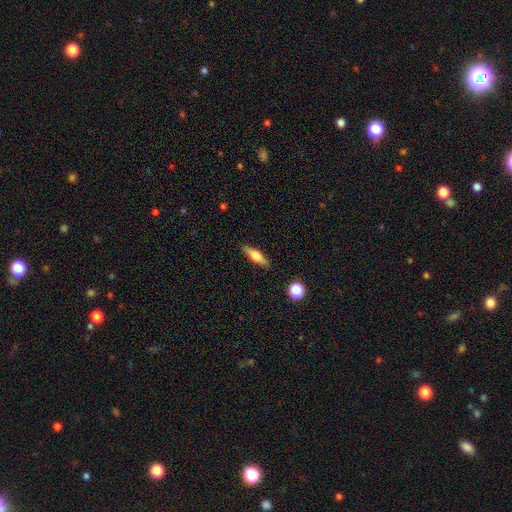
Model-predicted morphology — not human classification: type=smooth (51%); roundness=cigar-shaped (57%); merging=none (88%).